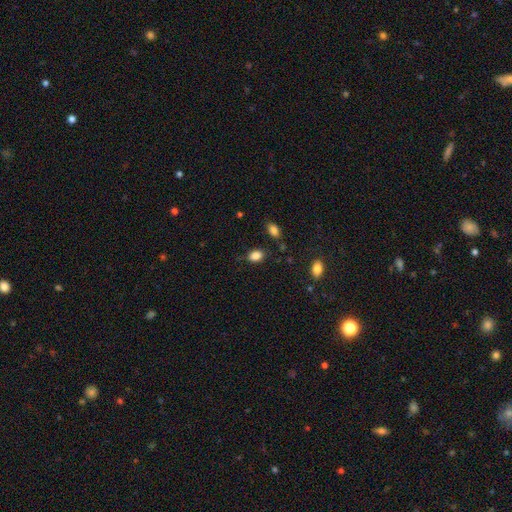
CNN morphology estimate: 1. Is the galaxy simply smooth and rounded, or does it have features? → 86% smooth, 10% star or artifact, 5% featured or disk.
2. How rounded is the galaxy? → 81% in between, 18% round, 1% cigar-shaped.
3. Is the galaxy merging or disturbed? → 80% none, 14% minor disturbance, 4% major disturbance, 3% merger.